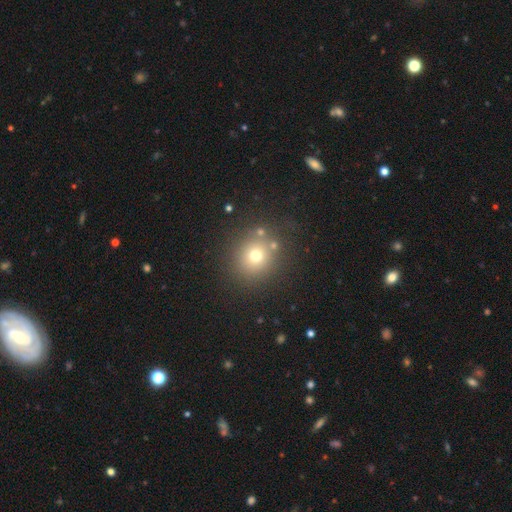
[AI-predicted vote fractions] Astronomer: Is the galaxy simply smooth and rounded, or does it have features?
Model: smooth — 69%.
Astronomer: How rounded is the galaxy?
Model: round — 84%.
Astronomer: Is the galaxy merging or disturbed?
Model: none — 79%.